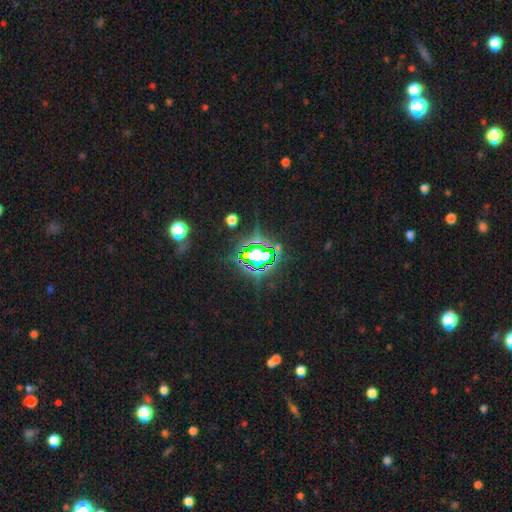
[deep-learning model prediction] A star or artifact, not a galaxy (74%).

Vote fractions:
- Smooth or featured? star or artifact: 74% / smooth: 14% / featured or disk: 12%